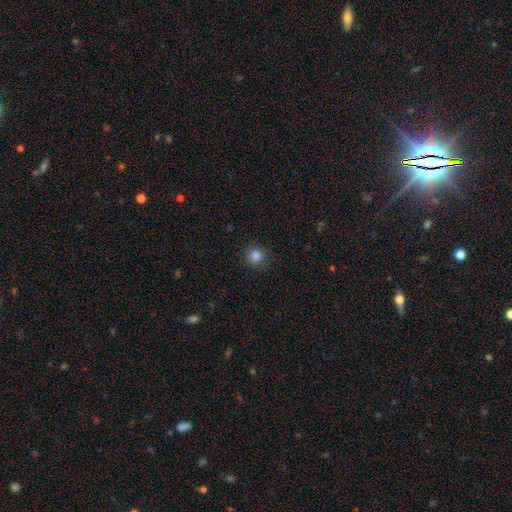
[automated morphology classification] Smooth or featured?
  - smooth: 84% *
  - star or artifact: 12%
  - featured or disk: 4%
How rounded?
  - round: 93% *
  - in between: 7%
  - cigar-shaped: 1%
Merging?
  - none: 89% *
  - minor disturbance: 7%
  - major disturbance: 2%
  - merger: 1%